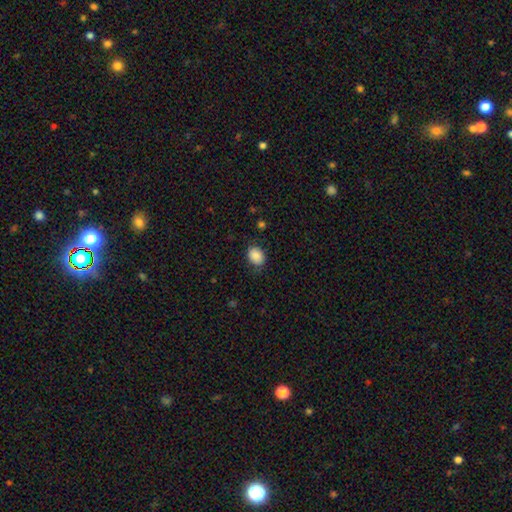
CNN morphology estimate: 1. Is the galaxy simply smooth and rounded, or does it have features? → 88% smooth, 8% star or artifact, 4% featured or disk.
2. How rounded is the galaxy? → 65% in between, 35% round, 1% cigar-shaped.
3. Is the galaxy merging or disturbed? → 80% none, 15% minor disturbance, 4% major disturbance, 1% merger.